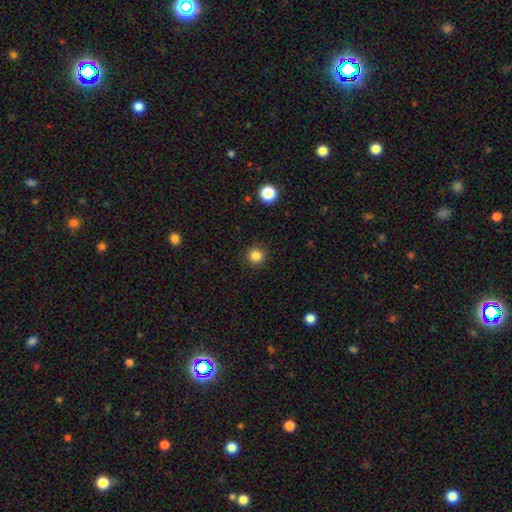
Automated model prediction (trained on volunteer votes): A smooth galaxy with no disk features (83%) that is round (95%).

Vote fractions:
- Smooth or featured? smooth: 83% / star or artifact: 12% / featured or disk: 4%
- How rounded? round: 95% / in between: 4% / cigar-shaped: 1%
- Merging? none: 91% / minor disturbance: 6% / major disturbance: 2% / merger: 1%